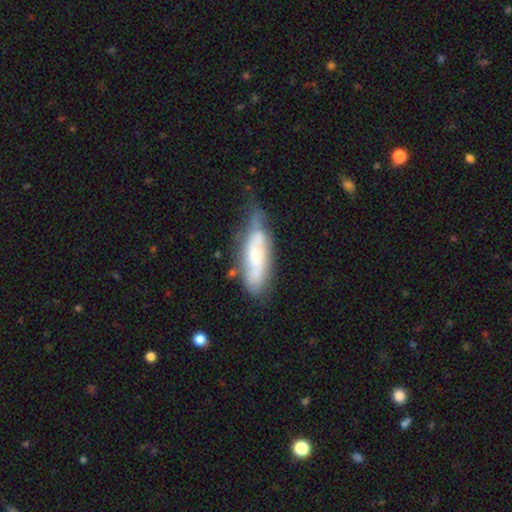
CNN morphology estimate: Q: Smooth or featured?
A: featured or disk (57%); runner-up: smooth (37%)
Q: Edge-on disk?
A: no (74%); runner-up: yes (26%)
Q: Merging?
A: none (43%); runner-up: minor disturbance (35%)